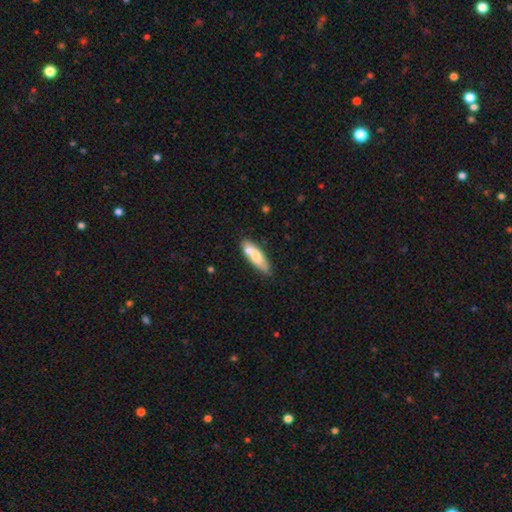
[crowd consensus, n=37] A smooth galaxy with no disk features (73%) that is cigar-shaped (52%).

Vote fractions:
- Smooth or featured? smooth: 73% / featured or disk: 24% / star or artifact: 3%
- How rounded? cigar-shaped: 52% / in between: 44% / round: 4%
- Merging? none: 44% / merger: 28% / minor disturbance: 25% / major disturbance: 3%